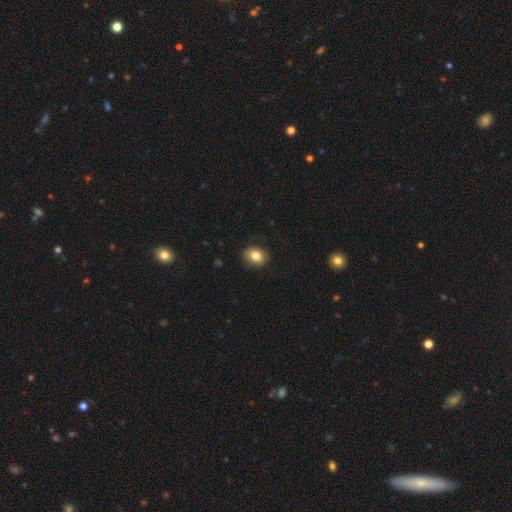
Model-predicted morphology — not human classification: This appears to be a smooth galaxy with no disk features (83%) that is round (52%). Merging: none (88%).